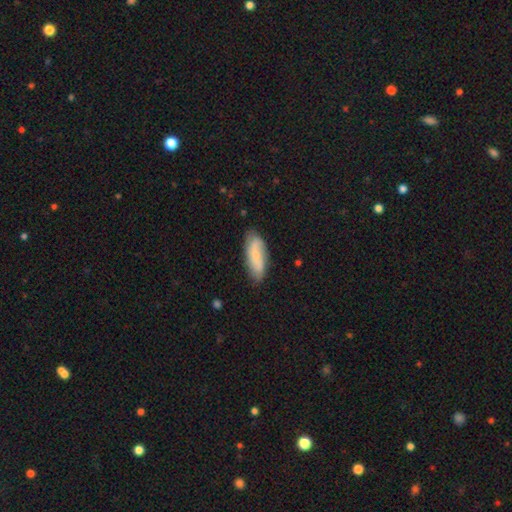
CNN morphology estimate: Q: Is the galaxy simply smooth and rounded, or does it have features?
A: smooth — 58%.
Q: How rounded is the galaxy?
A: in between — 68%.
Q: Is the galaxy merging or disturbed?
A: none — 75%.